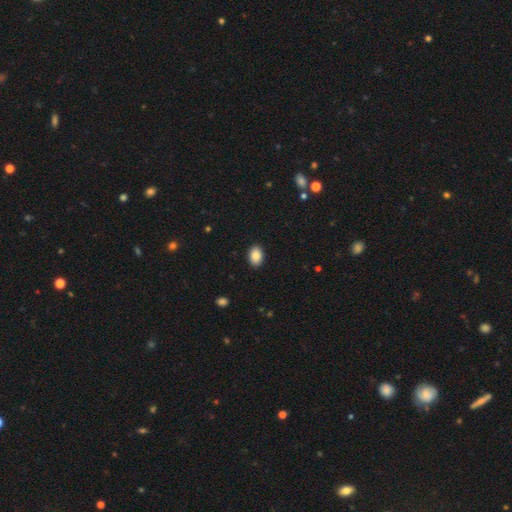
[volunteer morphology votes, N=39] This is clearly a smooth galaxy (97%). How rounded: clearly in between (87%). Merging: clearly none (92%).